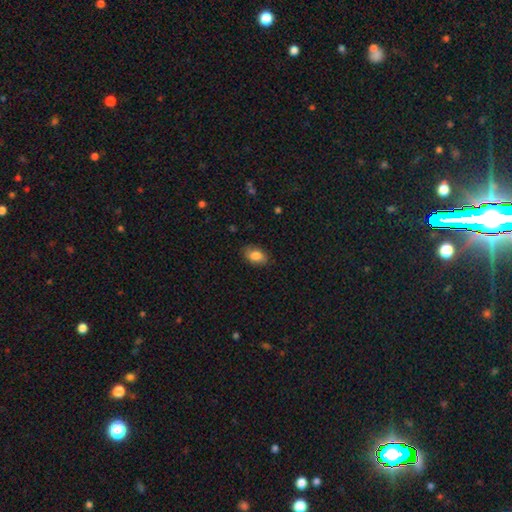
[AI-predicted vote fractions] Smooth or featured: smooth — 84% (featured or disk — 9%)
How rounded: in between — 89% (round — 10%)
Merging: none — 83% (minor disturbance — 13%)